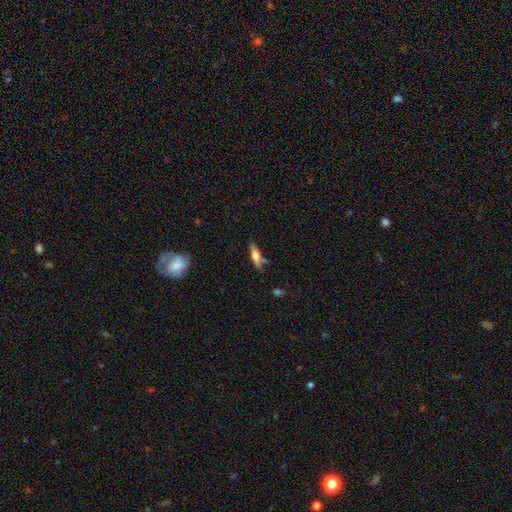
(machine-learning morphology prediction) Smooth or featured: smooth — 55% (featured or disk — 37%)
How rounded: cigar-shaped — 63% (in between — 34%)
Merging: none — 66% (minor disturbance — 21%)